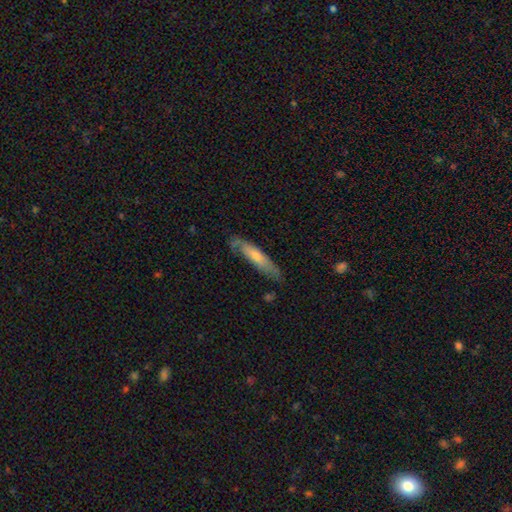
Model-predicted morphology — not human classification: This is possibly a smooth galaxy (49%). Merging: likely none (71%).